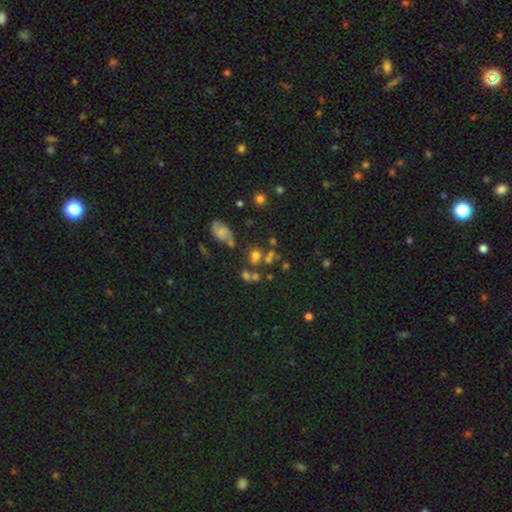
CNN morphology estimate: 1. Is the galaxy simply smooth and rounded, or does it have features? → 58% smooth, 21% featured or disk, 21% star or artifact.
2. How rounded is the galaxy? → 59% round, 39% in between, 2% cigar-shaped.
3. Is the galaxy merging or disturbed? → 48% none, 29% merger, 15% minor disturbance, 9% major disturbance.